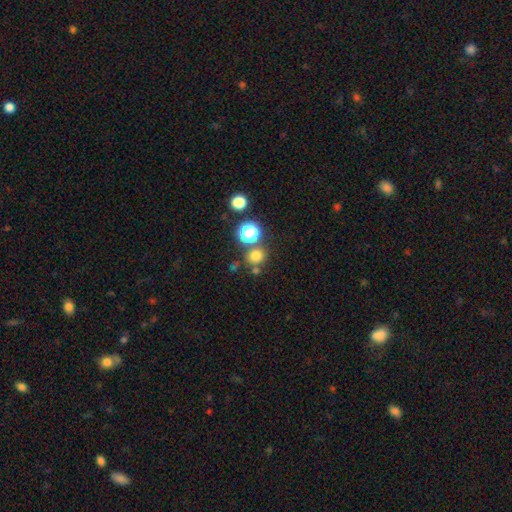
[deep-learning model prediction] Overall: smooth (73%). How rounded: round (86%). Merging: none (72%).